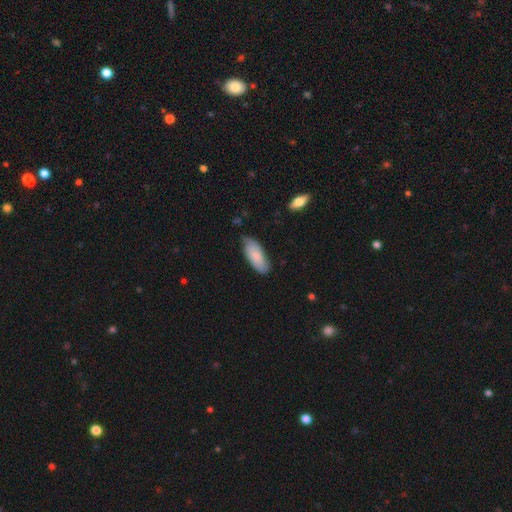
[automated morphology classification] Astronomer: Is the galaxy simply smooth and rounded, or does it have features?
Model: smooth — 77%.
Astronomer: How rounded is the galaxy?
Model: in between — 85%.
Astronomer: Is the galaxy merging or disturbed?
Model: none — 68%.